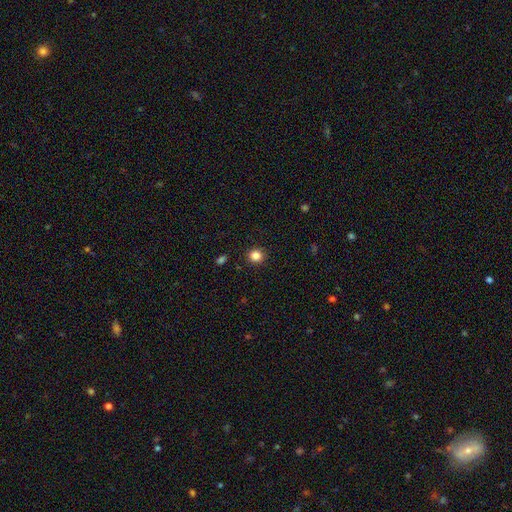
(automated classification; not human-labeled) Smooth or featured?
  - smooth: 85% *
  - star or artifact: 11%
  - featured or disk: 4%
How rounded?
  - round: 83% *
  - in between: 16%
  - cigar-shaped: 1%
Merging?
  - none: 91% *
  - minor disturbance: 6%
  - major disturbance: 2%
  - merger: 1%